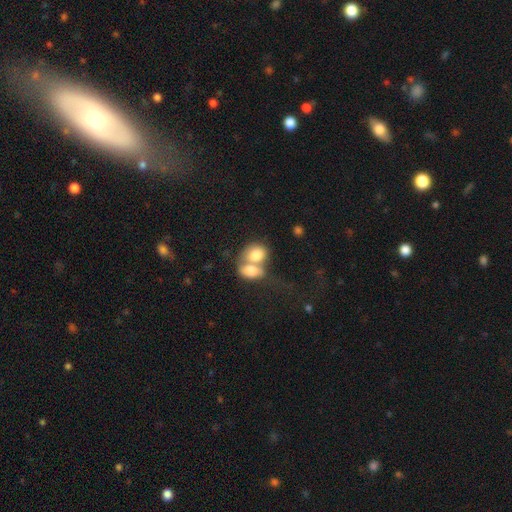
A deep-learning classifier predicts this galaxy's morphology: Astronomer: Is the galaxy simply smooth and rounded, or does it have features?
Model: smooth — 74%.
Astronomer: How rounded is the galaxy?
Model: in between — 65%.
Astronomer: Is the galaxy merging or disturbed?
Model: merger — 75%.